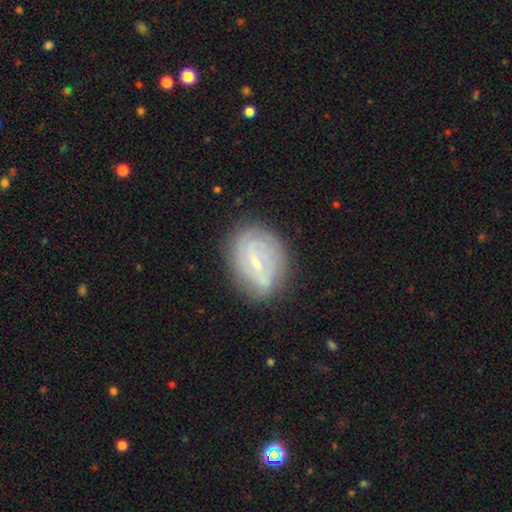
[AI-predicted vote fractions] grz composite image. It shows a featured or disk galaxy (60%) with a weak bar (44%), spiral arms (59%) and a small central bulge (72%). Merging: none (76%).